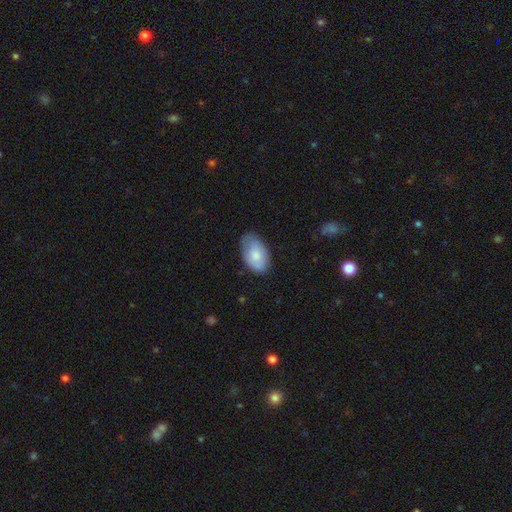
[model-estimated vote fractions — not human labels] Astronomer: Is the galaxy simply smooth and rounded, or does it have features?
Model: smooth — 78%.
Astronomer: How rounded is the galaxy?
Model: in between — 93%.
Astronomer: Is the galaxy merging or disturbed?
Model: none — 68%.